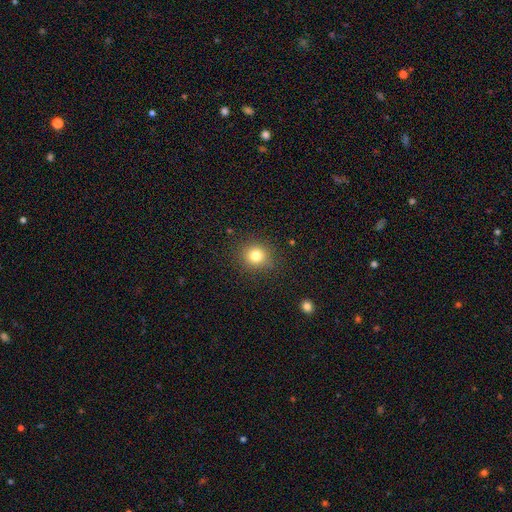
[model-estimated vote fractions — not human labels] smooth 79%, star or artifact 13%, featured or disk 7%. Down the decision tree: how rounded — round (86%); merging — none (88%).